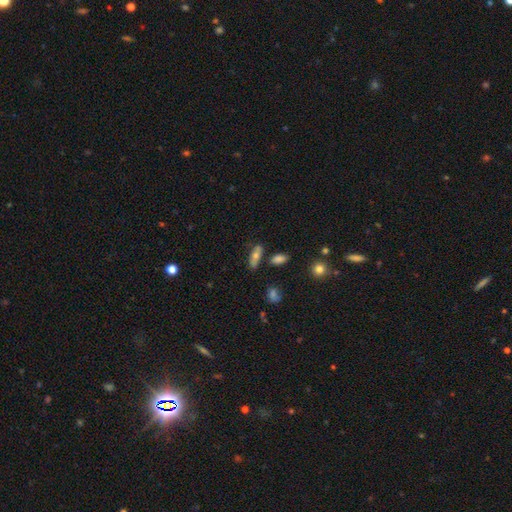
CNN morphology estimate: smooth_or_featured: smooth (p=0.66) [alt: featured or disk p=0.25]
how_rounded: in between (p=0.65) [alt: cigar-shaped p=0.32]
merging: none (p=0.69) [alt: minor disturbance p=0.17]